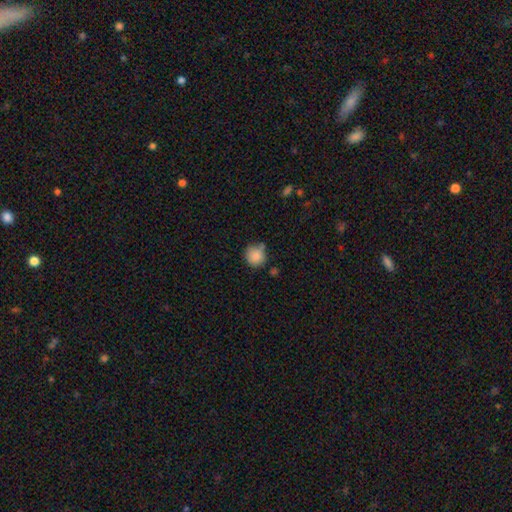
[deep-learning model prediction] The model was most divided on "merging": none: 66%, minor disturbance: 20%, merger: 9%, major disturbance: 5%. More confident: how rounded — round (89%); smooth or featured — smooth (86%).